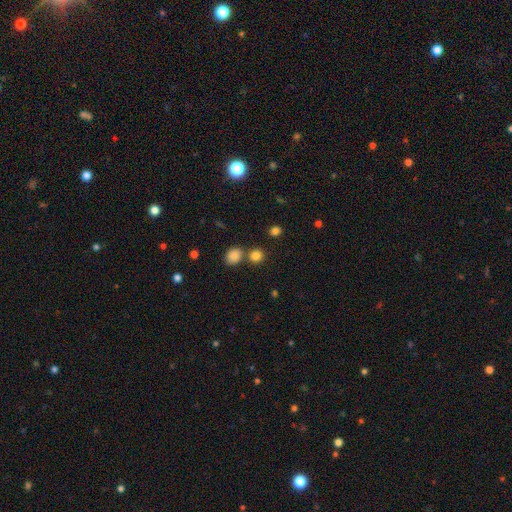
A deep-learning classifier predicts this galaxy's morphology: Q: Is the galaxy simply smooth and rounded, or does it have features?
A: smooth — 83%.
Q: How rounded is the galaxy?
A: round — 81%.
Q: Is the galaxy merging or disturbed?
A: none — 67%.